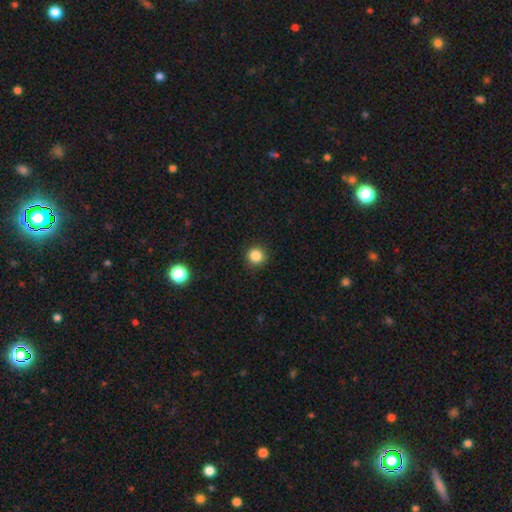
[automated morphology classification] A smooth galaxy with no disk features (85%) that is round (92%).

Vote fractions:
- Smooth or featured? smooth: 85% / star or artifact: 11% / featured or disk: 4%
- How rounded? round: 92% / in between: 7% / cigar-shaped: 1%
- Merging? none: 92% / minor disturbance: 5% / major disturbance: 2% / merger: 1%